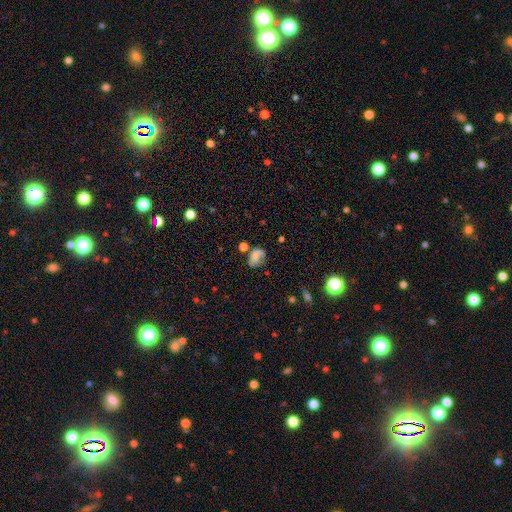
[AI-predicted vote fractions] Smooth or featured?
  - smooth: 62% *
  - featured or disk: 25%
  - star or artifact: 13%
How rounded?
  - in between: 66% *
  - round: 32%
  - cigar-shaped: 2%
Merging?
  - none: 45% *
  - minor disturbance: 28%
  - major disturbance: 18%
  - merger: 9%